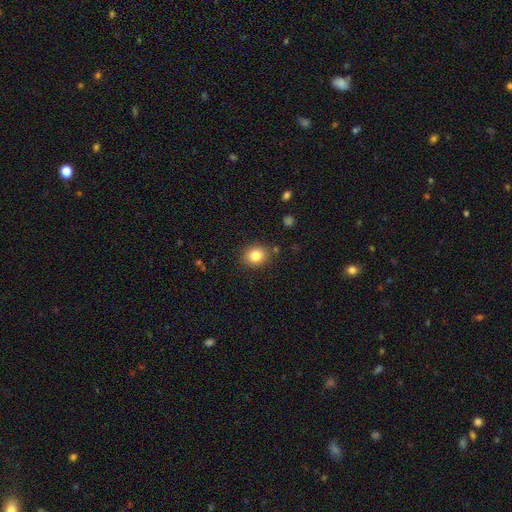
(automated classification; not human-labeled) A smooth galaxy with no disk features (83%) that is round (69%). Merging: none (85%).